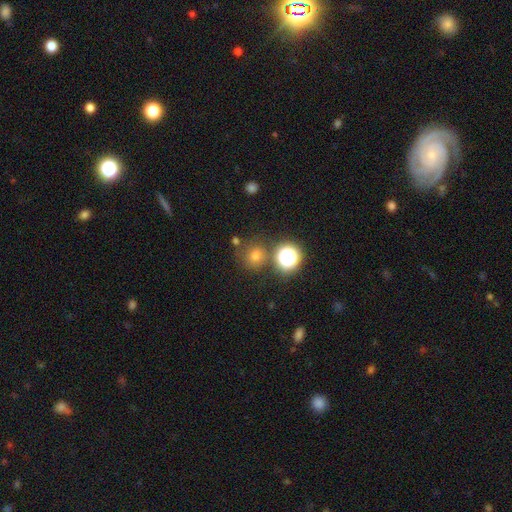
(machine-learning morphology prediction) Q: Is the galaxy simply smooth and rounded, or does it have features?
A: smooth — 68%.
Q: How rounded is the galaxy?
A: round — 89%.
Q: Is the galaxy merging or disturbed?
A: none — 74%.